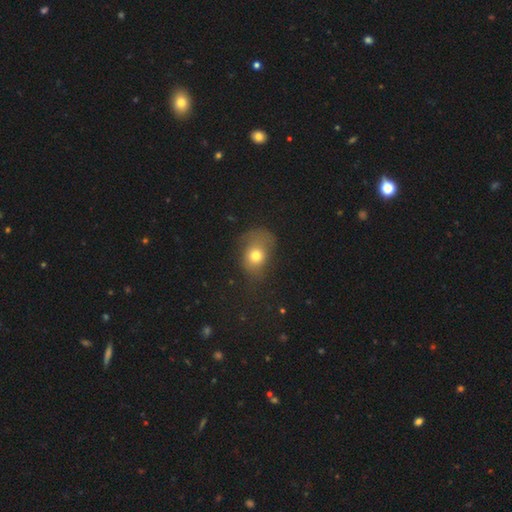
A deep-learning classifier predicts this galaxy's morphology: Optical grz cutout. It shows a smooth galaxy with no disk features (70%) that is in between round and cigar-shaped (54%). Merging: none (39%).